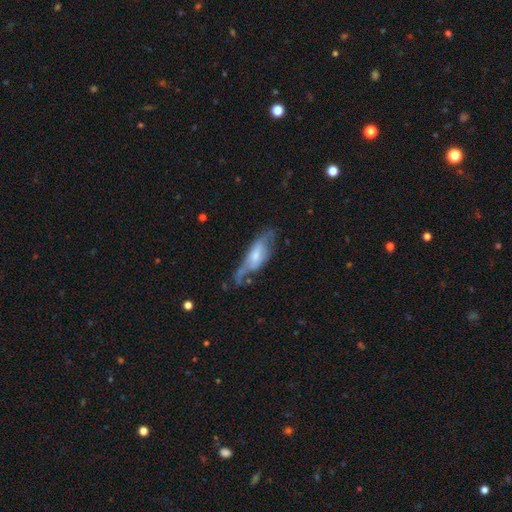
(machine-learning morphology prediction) Smooth or featured? featured or disk (52%)
Edge-on disk? no (70%)
Merging? none (37%)